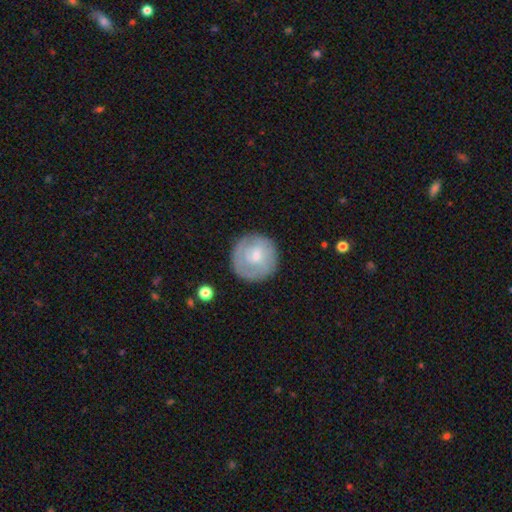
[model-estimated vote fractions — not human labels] The model was most divided on "smooth or featured": smooth: 49%, featured or disk: 45%, star or artifact: 6%. More confident: merging — none (81%).